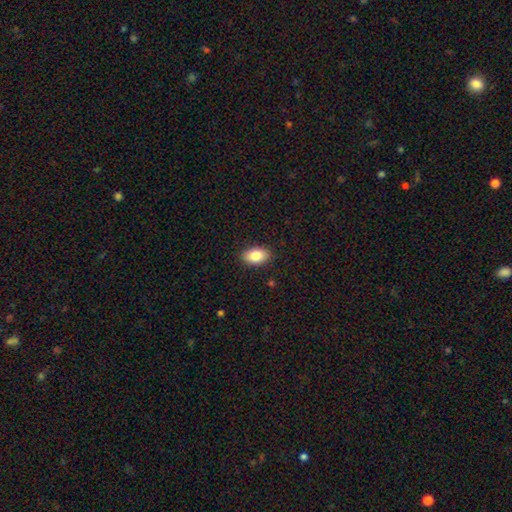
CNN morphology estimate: A smooth galaxy with no disk features (84%) that is in between round and cigar-shaped (90%).

Vote fractions:
- Smooth or featured? smooth: 84% / featured or disk: 9% / star or artifact: 7%
- How rounded? in between: 90% / round: 8% / cigar-shaped: 2%
- Merging? none: 89% / minor disturbance: 8% / major disturbance: 2% / merger: 1%